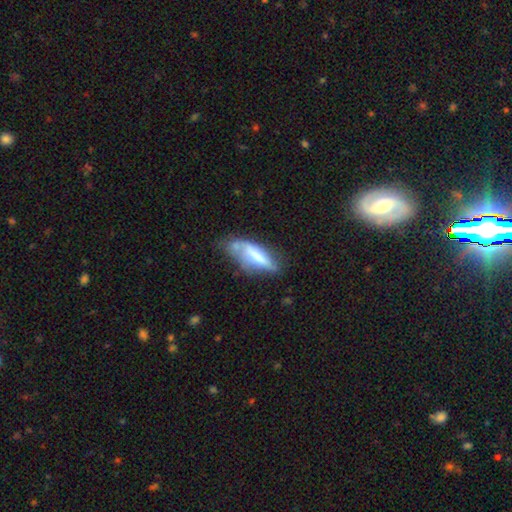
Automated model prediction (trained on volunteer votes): This is possibly a smooth galaxy (56%). How rounded: possibly in between (49%, tied with cigar-shaped). Merging: marginally none (34%).